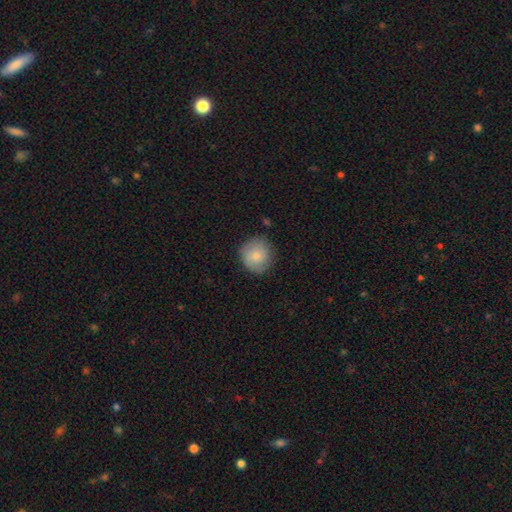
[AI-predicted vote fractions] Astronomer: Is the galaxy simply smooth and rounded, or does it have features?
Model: smooth — 75%.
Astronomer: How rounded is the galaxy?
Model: round — 89%.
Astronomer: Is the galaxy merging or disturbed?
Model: none — 78%.